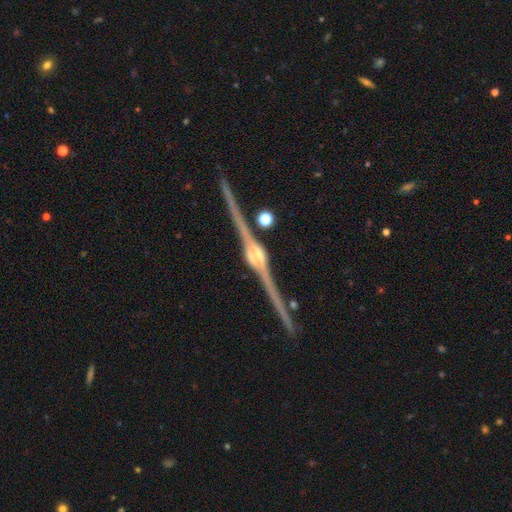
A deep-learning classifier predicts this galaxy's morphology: Smooth or featured? Predicted: featured or disk (p=0.90). Edge-on disk? Predicted: yes (p=0.98). Edge-on bulge? Predicted: rounded (p=0.85). Merging? Predicted: none (p=0.88).